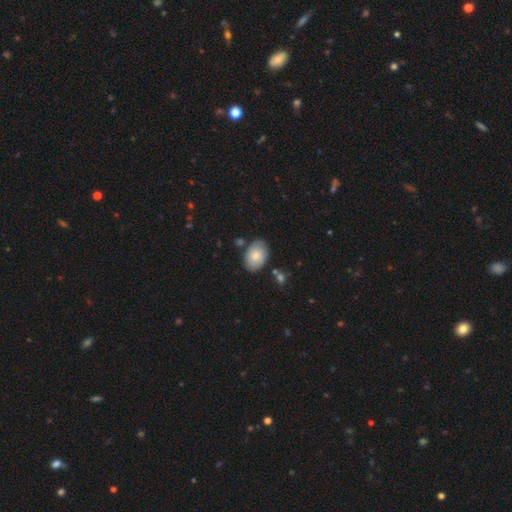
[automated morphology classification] This is likely a smooth galaxy (75%). How rounded: clearly in between (84%). Merging: likely none (77%).